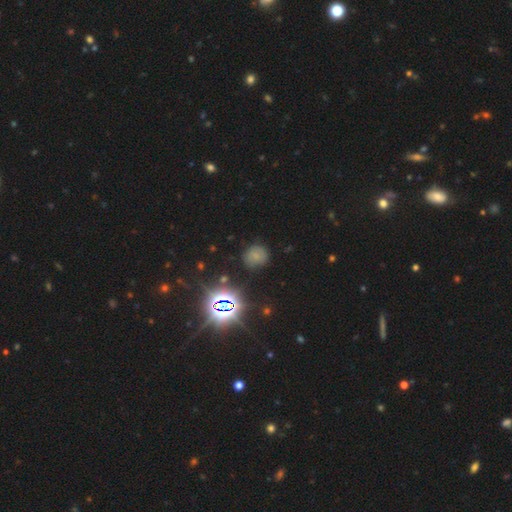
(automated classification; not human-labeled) smooth_or_featured: smooth (p=0.61) [alt: star or artifact p=0.27]
how_rounded: round (p=0.82) [alt: in between p=0.17]
merging: none (p=0.77) [alt: minor disturbance p=0.15]